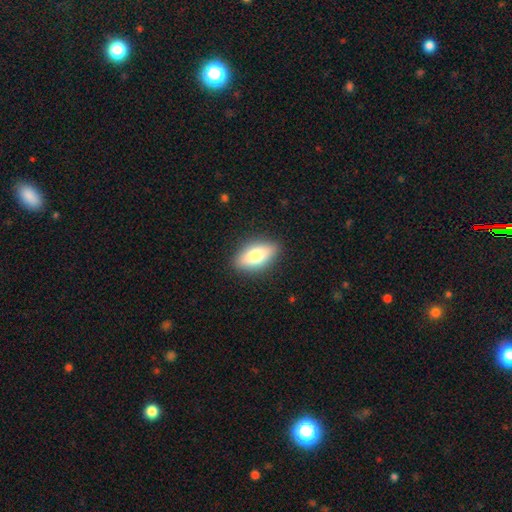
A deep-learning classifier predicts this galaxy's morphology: A smooth galaxy with no disk features (77%) that is in between round and cigar-shaped (87%).

Vote fractions:
- Smooth or featured? smooth: 77% / featured or disk: 16% / star or artifact: 7%
- How rounded? in between: 87% / cigar-shaped: 8% / round: 5%
- Merging? none: 87% / minor disturbance: 9% / major disturbance: 3% / merger: 1%